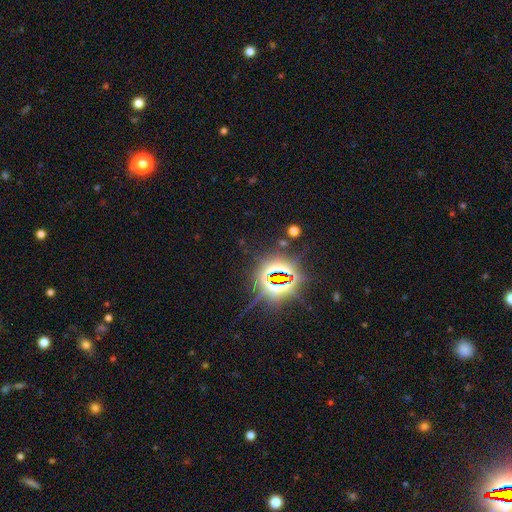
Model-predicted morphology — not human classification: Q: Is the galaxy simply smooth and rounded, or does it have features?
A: star or artifact — 83%.